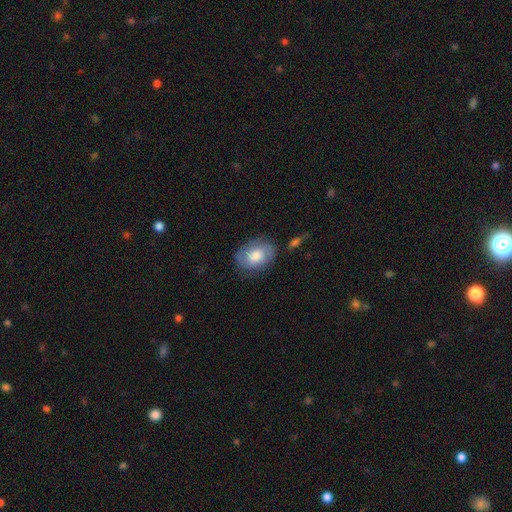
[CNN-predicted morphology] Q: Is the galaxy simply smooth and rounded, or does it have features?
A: smooth — 51%.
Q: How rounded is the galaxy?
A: in between — 74%.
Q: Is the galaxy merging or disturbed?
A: none — 72%.